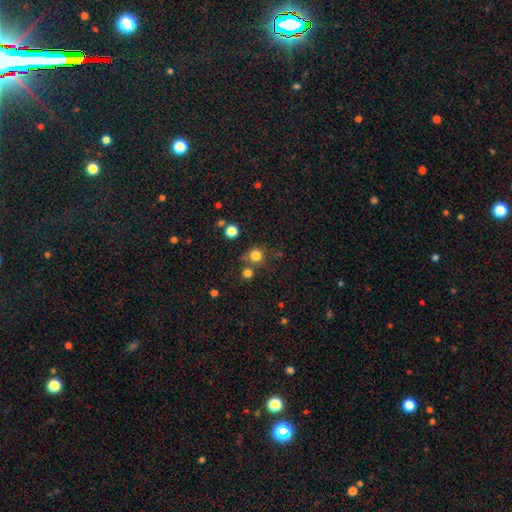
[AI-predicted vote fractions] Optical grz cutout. It shows a smooth galaxy with no disk features (78%) that is round (93%). Merging: none (72%).